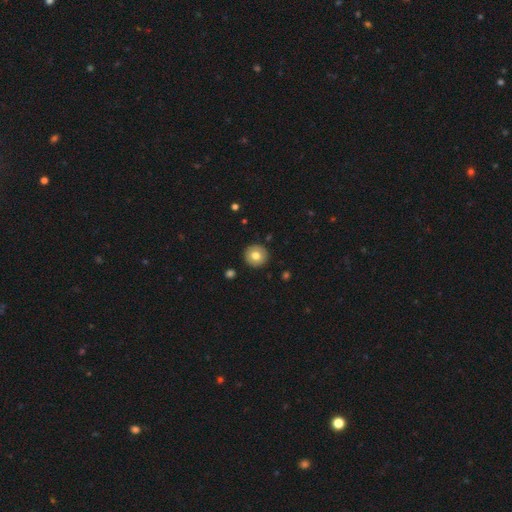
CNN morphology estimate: This is likely a smooth galaxy (75%). How rounded: clearly round (94%). Merging: clearly none (92%).